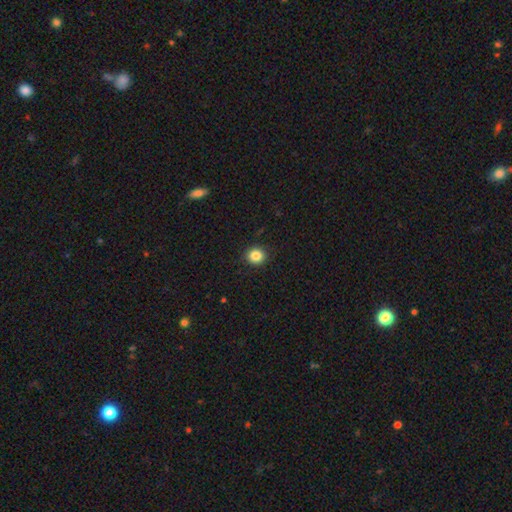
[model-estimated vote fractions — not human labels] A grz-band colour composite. It shows a smooth galaxy with no disk features (85%) that is round (85%). Merging: none (91%).